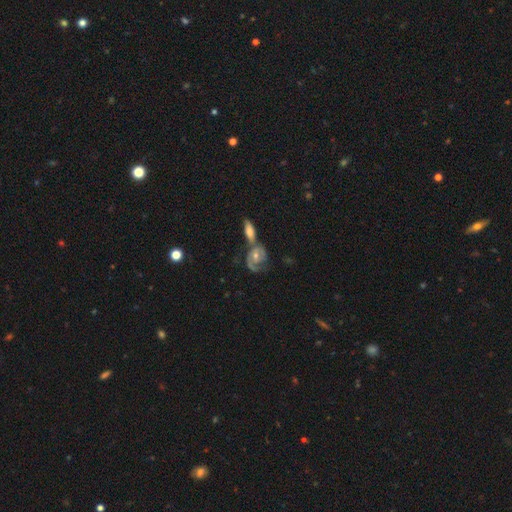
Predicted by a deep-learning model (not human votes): smooth-or-featured: featured or disk: 76% | smooth: 17% | star or artifact: 7%
  disk-edge-on: no: 95% | yes: 5%
    bar: no: 68% | weak: 26% | strong: 6%
    has-spiral-arms: yes: 89% | no: 11%
      spiral-winding: tight: 53% | medium: 35% | loose: 12%
      spiral-arm-count: 2: 52% | 1: 20% | can't tell: 19% | 3: 5% | 4: 2% | more than 4: 2%
    bulge-size: moderate: 55% | small: 38% | large: 3% | none: 3% | dominant: 1%
  merging: none: 39% | merger: 34% | minor disturbance: 15% | major disturbance: 11%